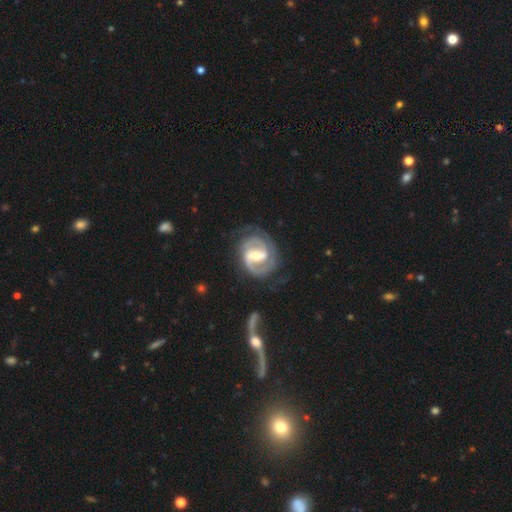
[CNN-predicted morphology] smooth-or-featured: featured or disk: 89% | smooth: 7% | star or artifact: 4%
  disk-edge-on: no: 98% | yes: 2%
    bar: strong: 48% | weak: 41% | no: 11%
    has-spiral-arms: yes: 96% | no: 4%
      spiral-winding: medium: 46% | tight: 42% | loose: 13%
      spiral-arm-count: 2: 84% | can't tell: 6% | 3: 4% | 1: 3% | 4: 1% | more than 4: 1%
    bulge-size: moderate: 61% | small: 30% | large: 6% | none: 2% | dominant: 1%
  merging: none: 71% | minor disturbance: 17% | major disturbance: 10% | merger: 2%